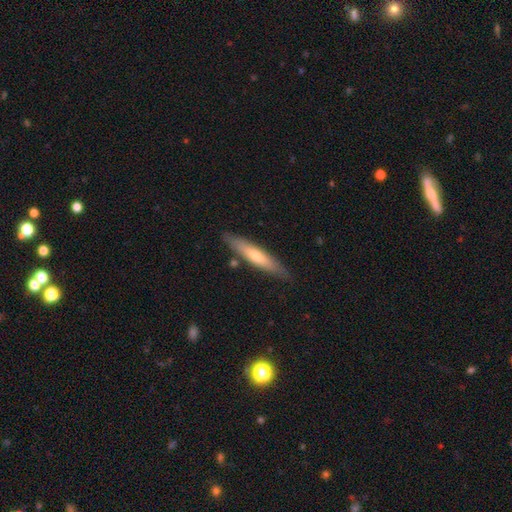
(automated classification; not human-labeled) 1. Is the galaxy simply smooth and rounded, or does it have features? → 55% smooth, 39% featured or disk, 5% star or artifact.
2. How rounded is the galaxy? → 89% cigar-shaped, 10% in between, 1% round.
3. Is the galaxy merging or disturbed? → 84% none, 11% minor disturbance, 3% merger, 2% major disturbance.